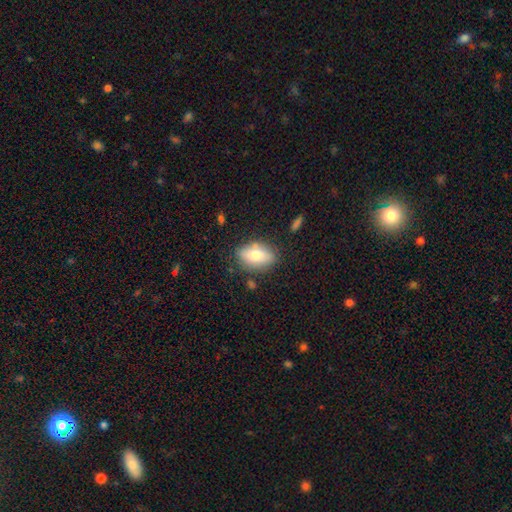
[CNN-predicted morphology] smooth 71%, featured or disk 22%, star or artifact 8%. Down the decision tree: how rounded — in between (85%); merging — none (79%).